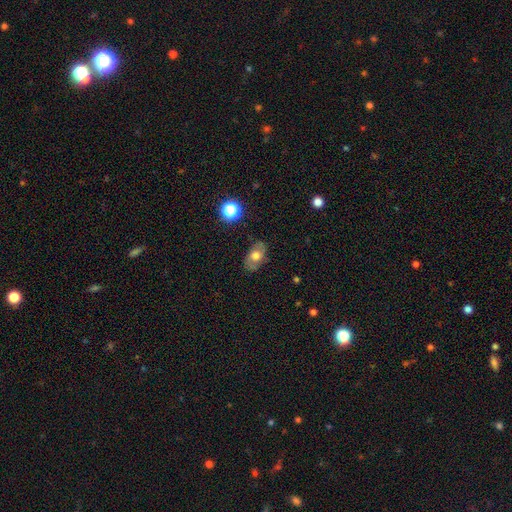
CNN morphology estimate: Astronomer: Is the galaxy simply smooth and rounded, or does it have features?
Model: smooth — 50% (runner-up: featured or disk, 40%).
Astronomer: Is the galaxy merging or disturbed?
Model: none — 77%.